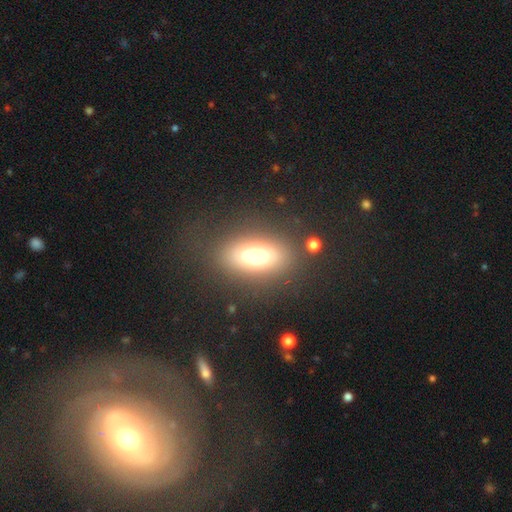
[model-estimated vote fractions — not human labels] smooth 66%, featured or disk 22%, star or artifact 12%. Down the decision tree: how rounded — in between (79%); merging — none (80%).